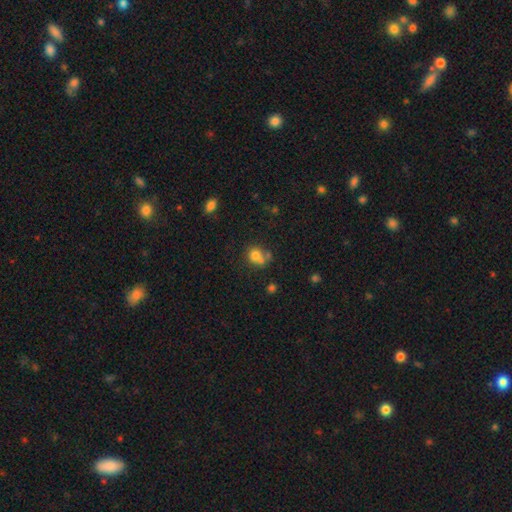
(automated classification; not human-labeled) A smooth galaxy with no disk features (73%) that is round (65%). Merging: merger (40%).